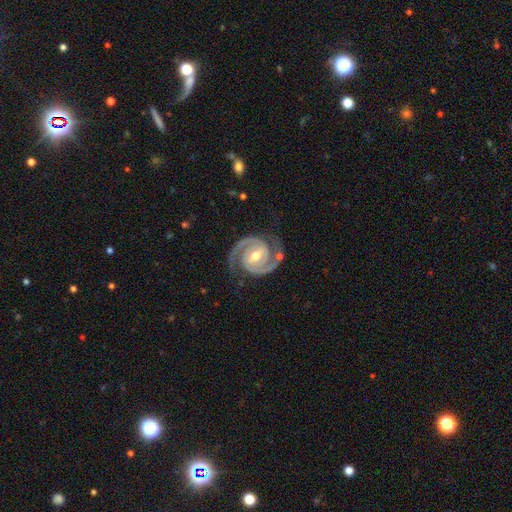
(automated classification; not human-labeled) The model was most divided on "bar": weak: 43%, no: 31%, strong: 27%. More confident: spiral arms — yes (99%); edge-on disk — no (98%); spiral arm count — 2 (94%); smooth or featured — featured or disk (94%); merging — none (83%); bulge size — moderate (75%); spiral winding — tight (59%).